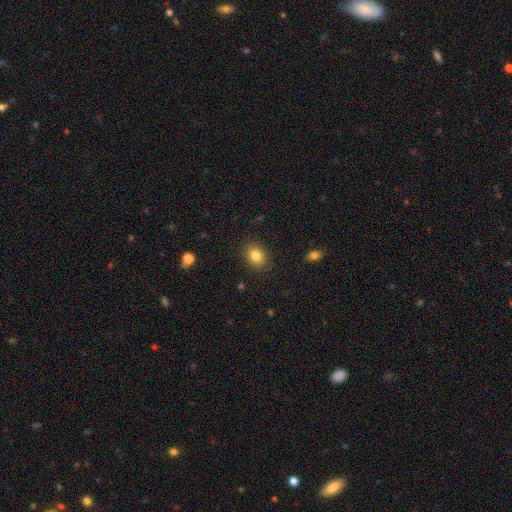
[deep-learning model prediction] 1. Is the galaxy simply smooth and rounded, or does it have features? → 83% smooth, 10% star or artifact, 6% featured or disk.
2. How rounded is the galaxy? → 55% round, 44% in between, 1% cigar-shaped.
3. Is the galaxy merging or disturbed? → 88% none, 9% minor disturbance, 3% major disturbance, 1% merger.